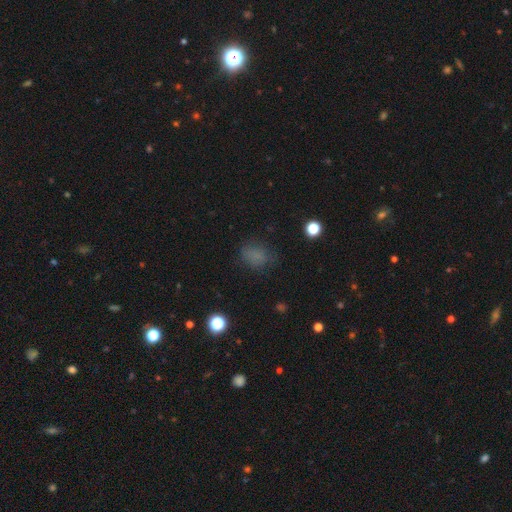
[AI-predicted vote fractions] Q: Smooth or featured?
A: smooth (73%); runner-up: star or artifact (19%)
Q: How rounded?
A: in between (65%); runner-up: round (34%)
Q: Merging?
A: none (70%); runner-up: minor disturbance (20%)